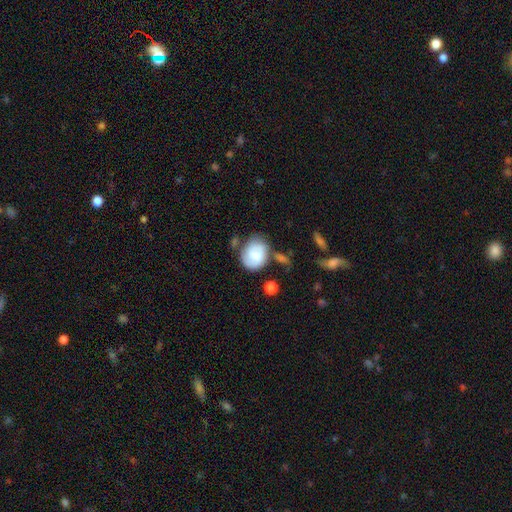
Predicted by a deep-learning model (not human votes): Smooth or featured? smooth (66%)
How rounded? round (54%)
Merging? none (52%)